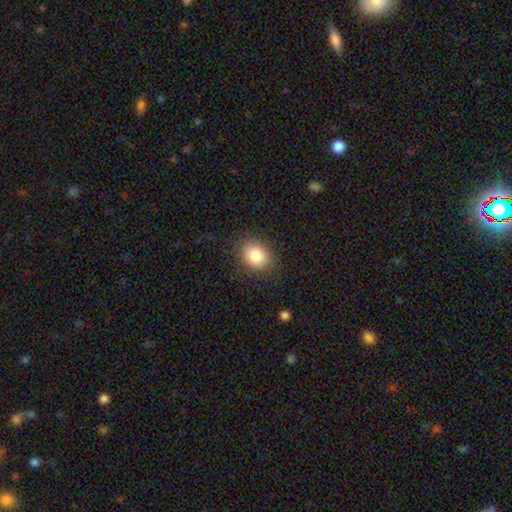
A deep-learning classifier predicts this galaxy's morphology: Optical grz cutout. It shows a smooth galaxy with no disk features (86%) that is in between round and cigar-shaped (51%). Merging: none (86%).